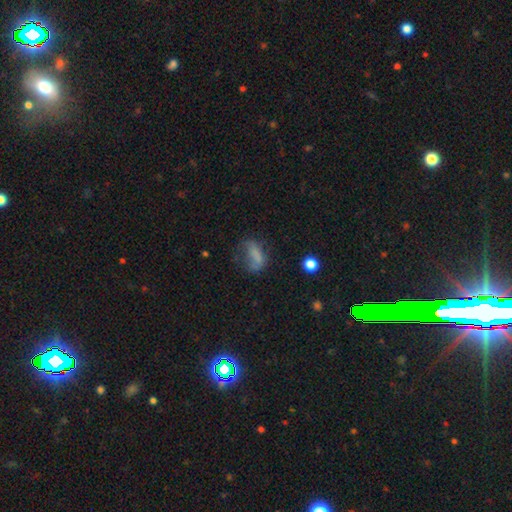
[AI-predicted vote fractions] Smooth or featured?
  - smooth: 61% *
  - featured or disk: 24%
  - star or artifact: 15%
How rounded?
  - in between: 76% *
  - round: 13%
  - cigar-shaped: 11%
Merging?
  - major disturbance: 39% *
  - none: 31%
  - minor disturbance: 24%
  - merger: 5%